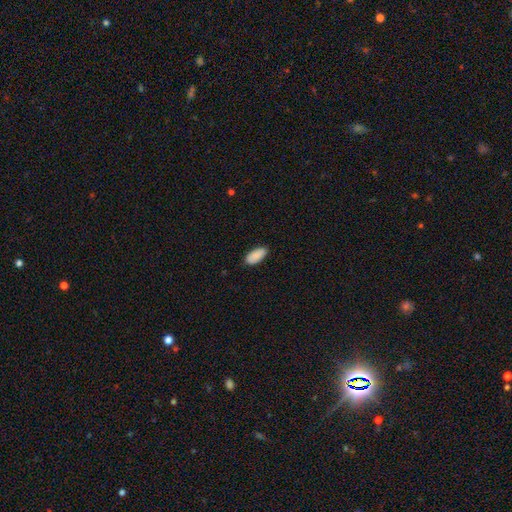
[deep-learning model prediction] smooth 90%, star or artifact 6%, featured or disk 4%. Down the decision tree: how rounded — in between (92%); merging — none (85%).